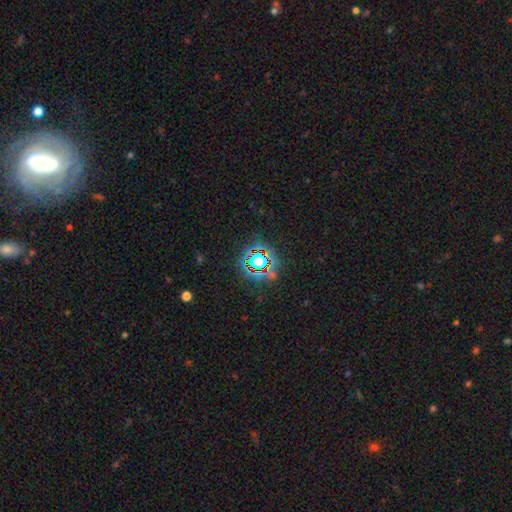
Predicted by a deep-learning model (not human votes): This is likely a star or artifact rather than a galaxy (68%).